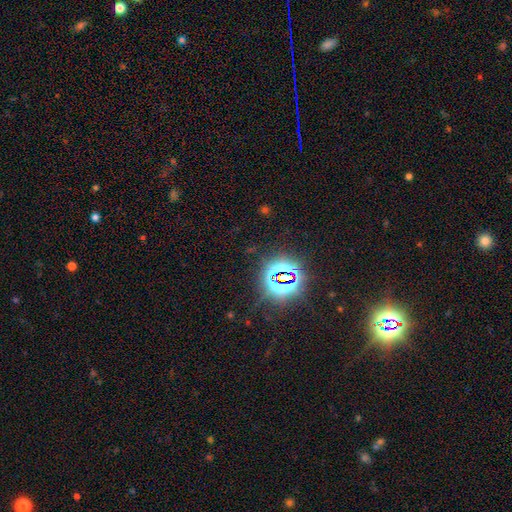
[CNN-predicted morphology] Smooth or featured? star or artifact (82%)